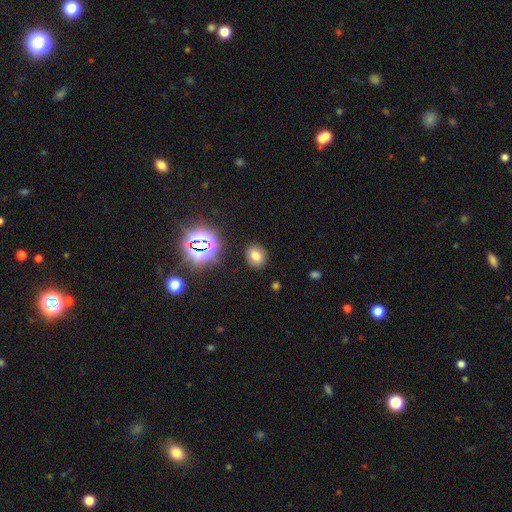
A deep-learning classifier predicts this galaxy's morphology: Smooth or featured? smooth (72%)
How rounded? round (53%)
Merging? none (86%)